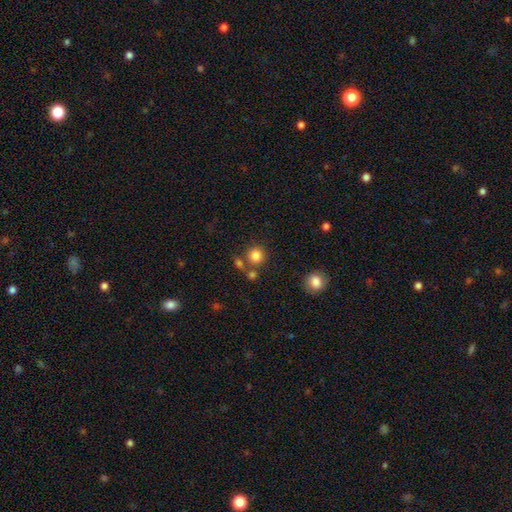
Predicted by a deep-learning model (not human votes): smooth-or-featured: smooth: 82% | star or artifact: 12% | featured or disk: 6%
  how-rounded: round: 92% | in between: 7% | cigar-shaped: 1%
  merging: none: 71% | merger: 16% | minor disturbance: 9% | major disturbance: 4%